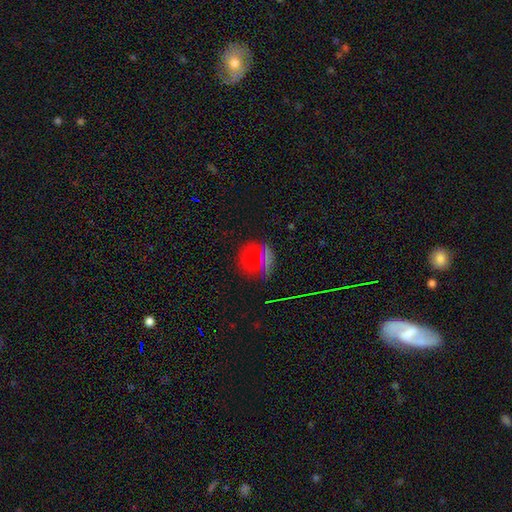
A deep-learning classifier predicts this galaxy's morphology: This appears to be a smooth galaxy with no disk features (62%) that is round (84%). Merging: none (82%).